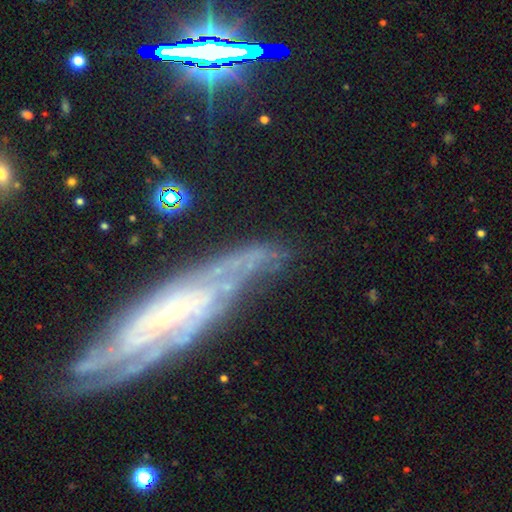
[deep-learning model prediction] A featured or disk galaxy (60%). Merging: none (61%).